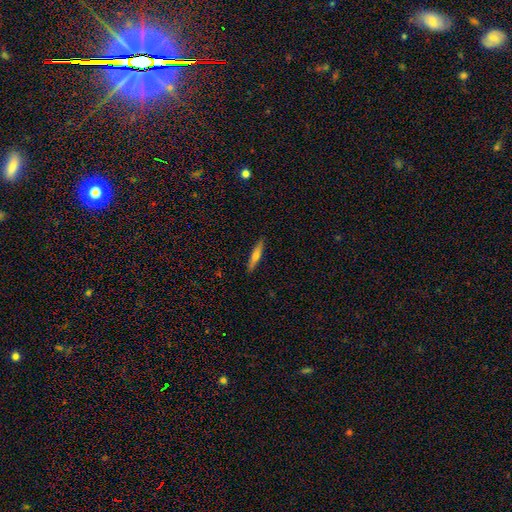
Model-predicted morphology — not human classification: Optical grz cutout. It shows a smooth galaxy with no disk features (53%) that is cigar-shaped (87%). Merging: none (91%).